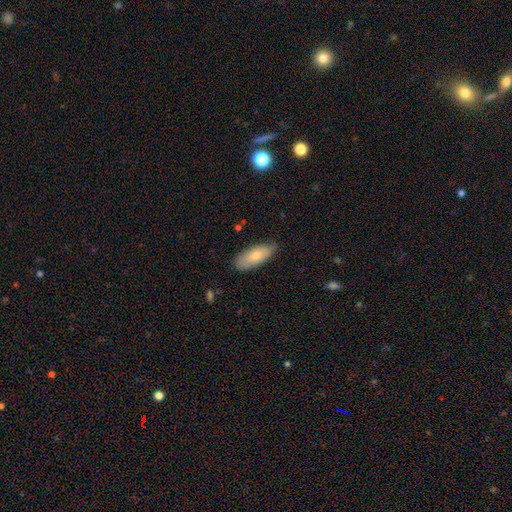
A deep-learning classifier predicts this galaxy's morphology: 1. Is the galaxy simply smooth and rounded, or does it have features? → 74% smooth, 20% featured or disk, 6% star or artifact.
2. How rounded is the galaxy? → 83% in between, 15% cigar-shaped, 2% round.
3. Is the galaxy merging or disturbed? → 73% none, 22% minor disturbance, 3% major disturbance, 1% merger.